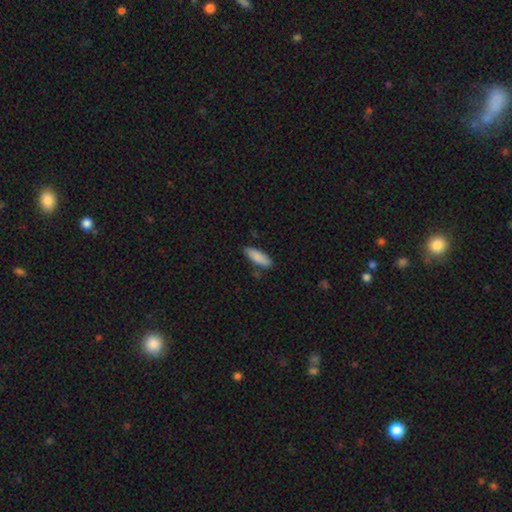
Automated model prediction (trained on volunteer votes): This is clearly a smooth galaxy (87%). How rounded: likely in between (61%). Merging: clearly none (82%).